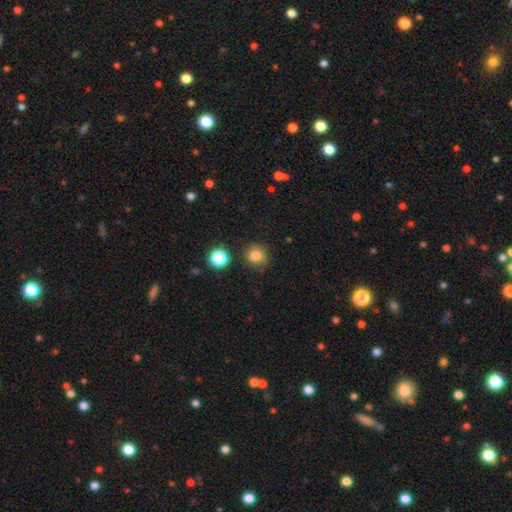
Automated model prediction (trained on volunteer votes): Morphology: type=smooth (82%); roundness=round (85%); merging=none (84%).